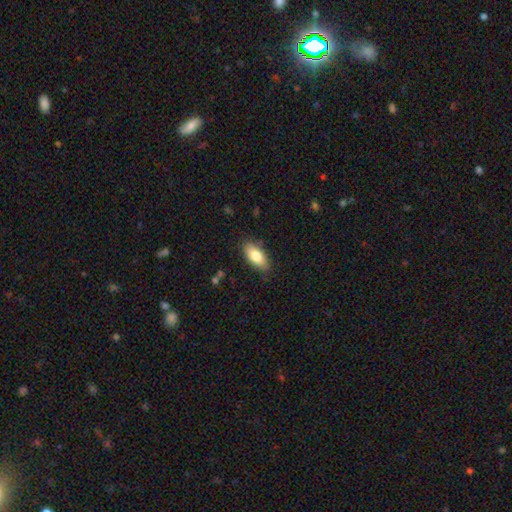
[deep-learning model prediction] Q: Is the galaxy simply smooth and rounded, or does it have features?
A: smooth — 80%.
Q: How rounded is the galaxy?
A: in between — 86%.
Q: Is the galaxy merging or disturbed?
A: none — 84%.